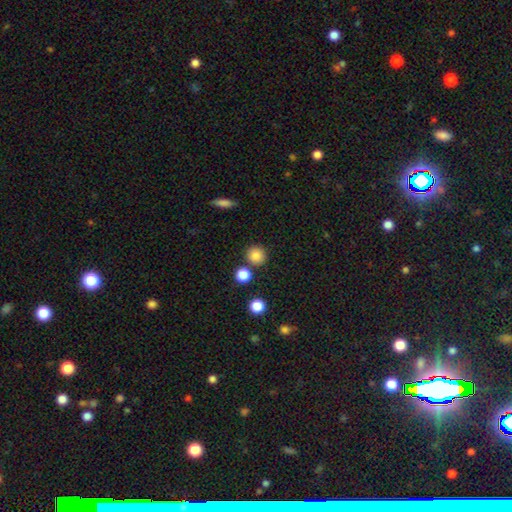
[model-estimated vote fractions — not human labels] This is clearly a smooth galaxy (84%). How rounded: clearly round (92%). Merging: clearly none (83%).